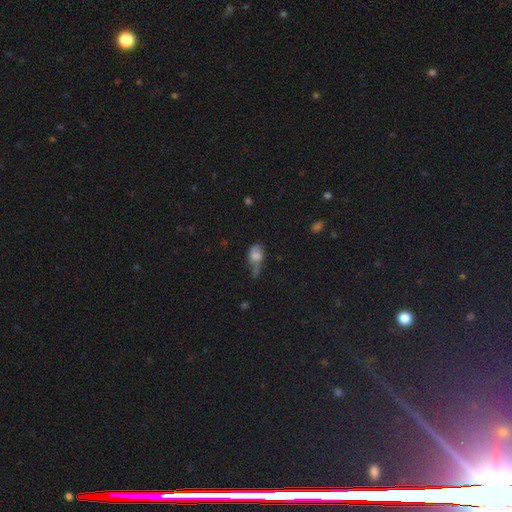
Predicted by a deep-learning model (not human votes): Overall: smooth (69%). How rounded: in between (77%). Merging: minor disturbance (36%; major disturbance 28%).